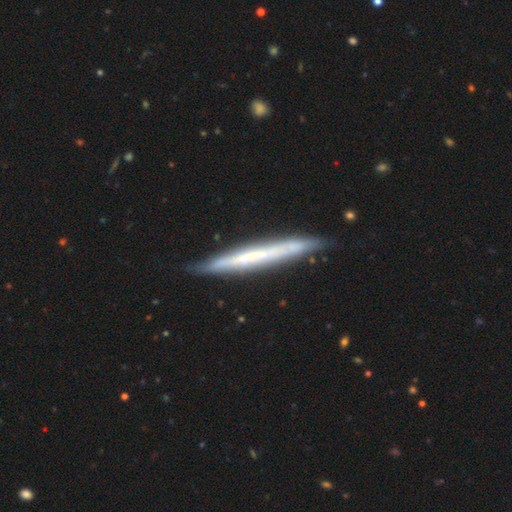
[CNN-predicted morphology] This is likely a featured or disk galaxy (61%). It is clearly viewed edge-on (94%). Edge-on bulge: clearly none (85%). Merging: clearly none (85%).